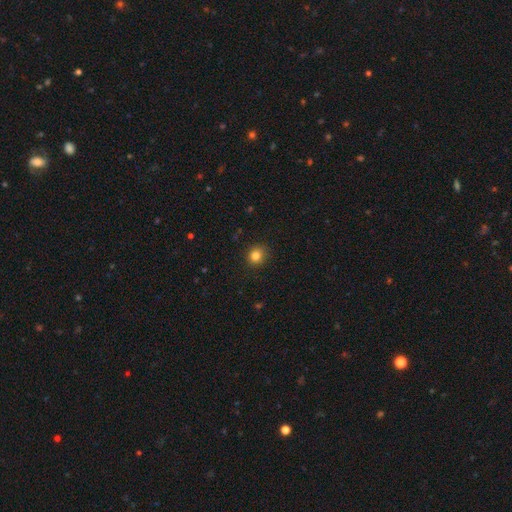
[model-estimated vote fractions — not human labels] Smooth or featured?
  - smooth: 83% *
  - star or artifact: 12%
  - featured or disk: 5%
How rounded?
  - round: 87% *
  - in between: 12%
  - cigar-shaped: 1%
Merging?
  - none: 89% *
  - minor disturbance: 7%
  - major disturbance: 2%
  - merger: 1%